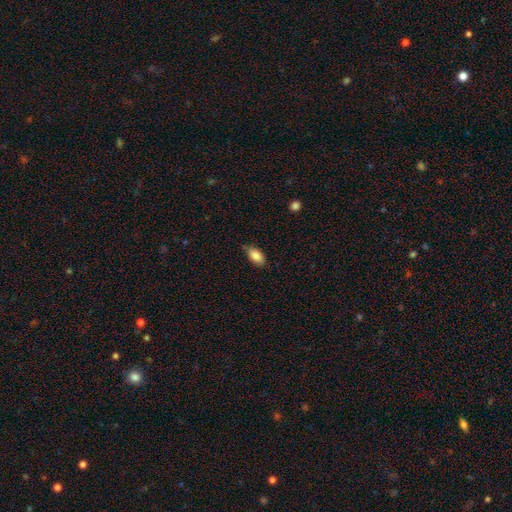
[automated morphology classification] smooth-or-featured: smooth: 87% | star or artifact: 7% | featured or disk: 6%
  how-rounded: in between: 92% | round: 4% | cigar-shaped: 4%
  merging: none: 75% | minor disturbance: 19% | major disturbance: 3% | merger: 2%